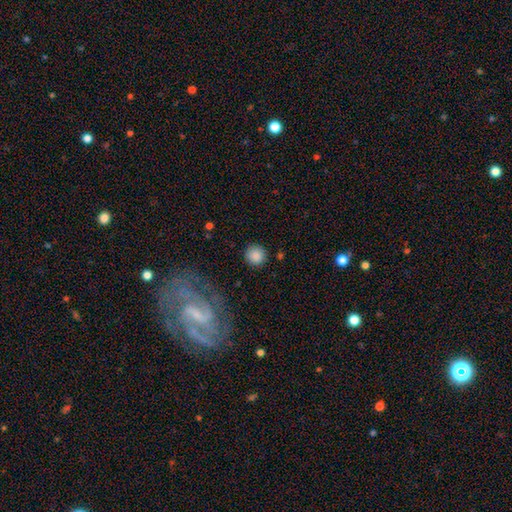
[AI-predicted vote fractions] smooth 86%, star or artifact 9%, featured or disk 5%. Down the decision tree: how rounded — round (94%); merging — none (88%).